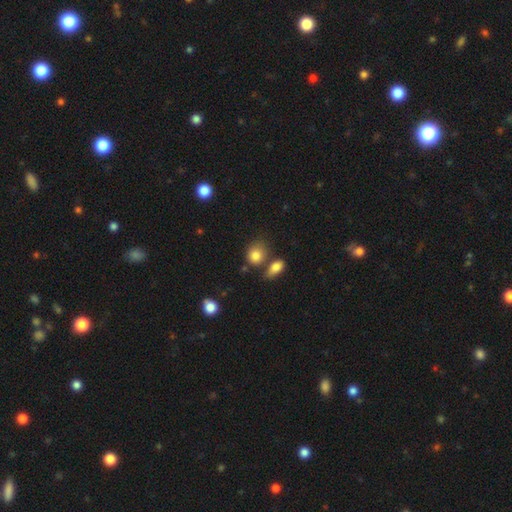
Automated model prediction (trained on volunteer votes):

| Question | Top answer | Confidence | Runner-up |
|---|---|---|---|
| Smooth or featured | smooth | 82% | star or artifact (9%) |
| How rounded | round | 59% | in between (40%) |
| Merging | none | 55% | merger (24%) |